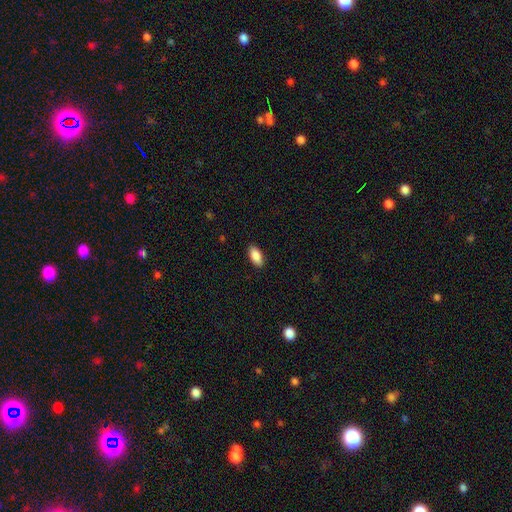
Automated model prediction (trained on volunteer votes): Q: Smooth or featured?
A: smooth (88%); runner-up: star or artifact (6%)
Q: How rounded?
A: in between (91%); runner-up: cigar-shaped (6%)
Q: Merging?
A: none (89%); runner-up: minor disturbance (8%)